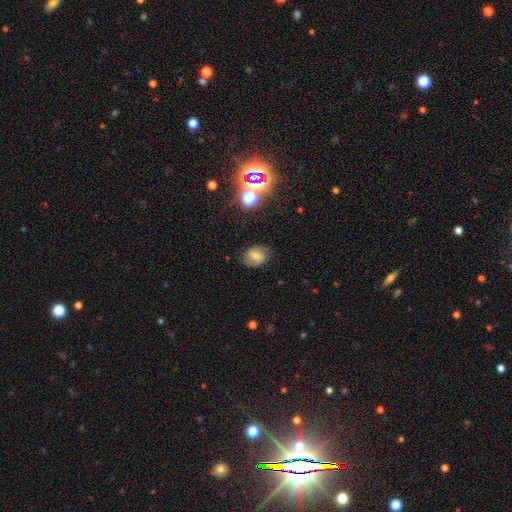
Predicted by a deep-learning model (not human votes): A smooth galaxy with no disk features (44%). Merging: none (81%).